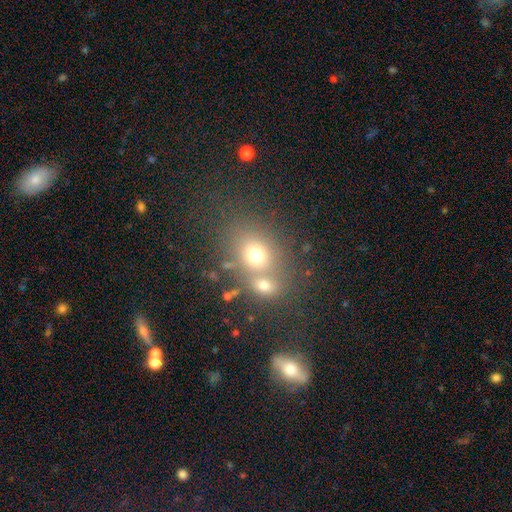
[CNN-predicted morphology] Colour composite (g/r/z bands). It shows a smooth galaxy with no disk features (68%) that is round (53%). Merging: none (44%).